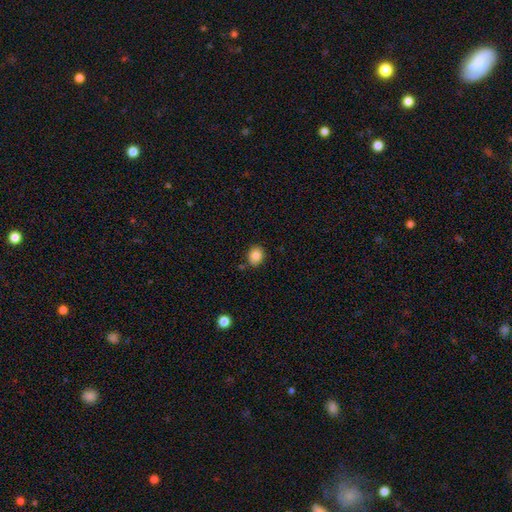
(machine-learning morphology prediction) Smooth or featured? Predicted: smooth (p=0.85). How rounded? Predicted: round (p=0.63). Merging? Predicted: none (p=0.82).